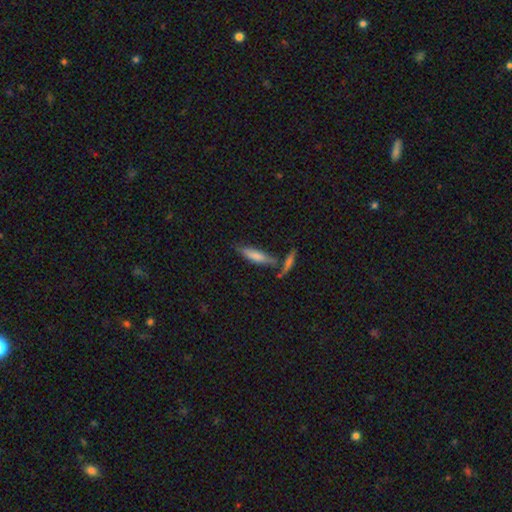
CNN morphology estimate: Smooth or featured? smooth (56%)
How rounded? cigar-shaped (70%)
Merging? none (61%)